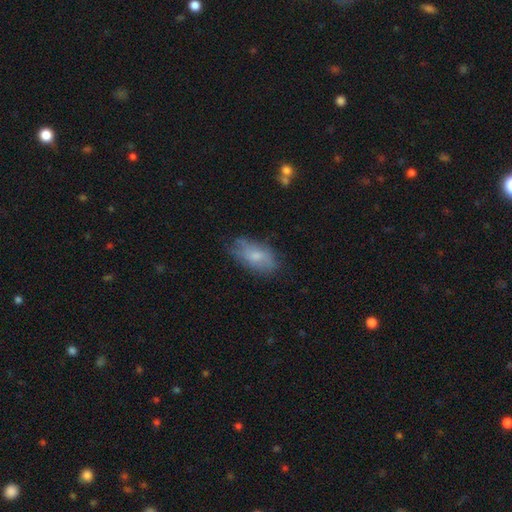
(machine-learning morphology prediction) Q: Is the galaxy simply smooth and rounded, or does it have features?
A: smooth — 61%.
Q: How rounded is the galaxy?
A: in between — 91%.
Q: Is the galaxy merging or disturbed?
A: none — 60%.